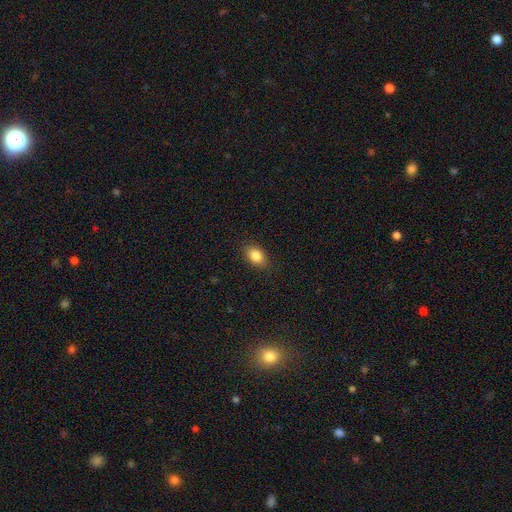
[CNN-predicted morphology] Smooth or featured? Predicted: smooth (p=0.85). How rounded? Predicted: in between (p=0.85). Merging? Predicted: none (p=0.86).